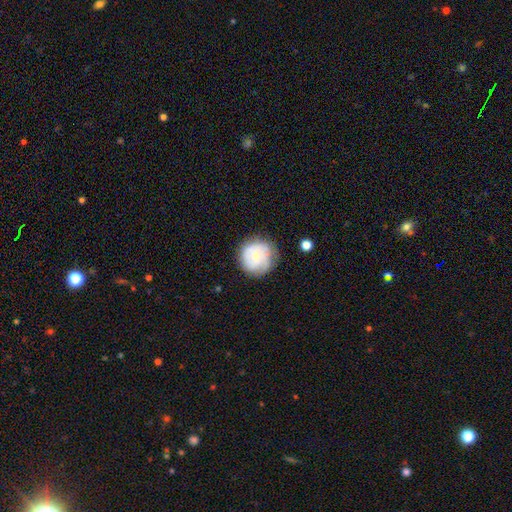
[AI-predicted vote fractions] Smooth or featured?
  - featured or disk: 47% *
  - smooth: 46%
  - star or artifact: 7%
Merging?
  - none: 70% *
  - minor disturbance: 21%
  - major disturbance: 8%
  - merger: 2%